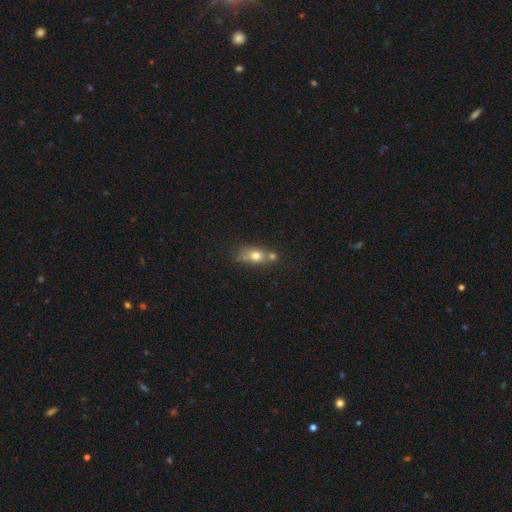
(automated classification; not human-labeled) A smooth galaxy with no disk features (72%) that is in between round and cigar-shaped (63%). Merging: merger (40%).